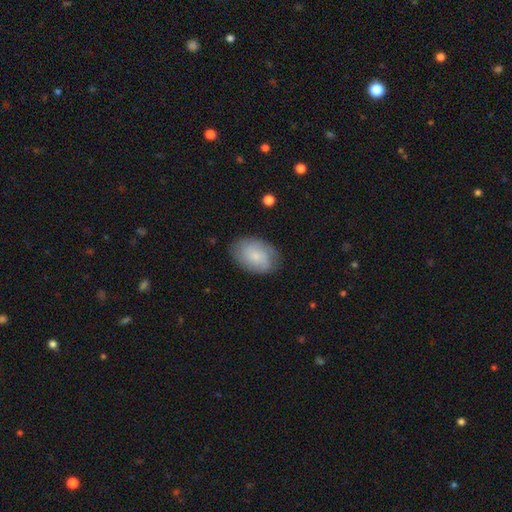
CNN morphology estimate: Smooth or featured: smooth — 64% (featured or disk — 29%)
How rounded: in between — 85% (round — 14%)
Merging: none — 78% (minor disturbance — 17%)